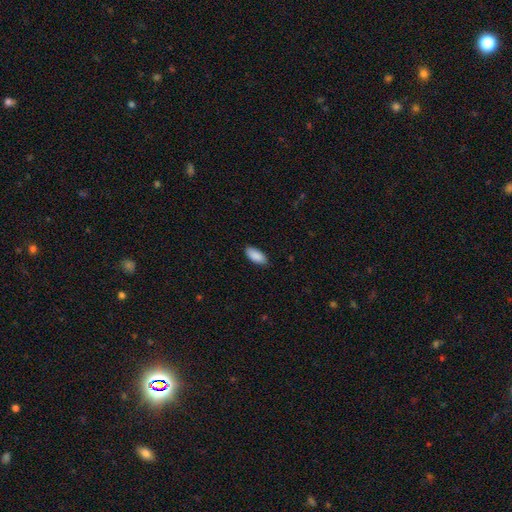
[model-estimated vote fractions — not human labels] Smooth or featured: smooth — 90% (star or artifact — 6%)
How rounded: in between — 89% (cigar-shaped — 9%)
Merging: none — 86% (minor disturbance — 11%)